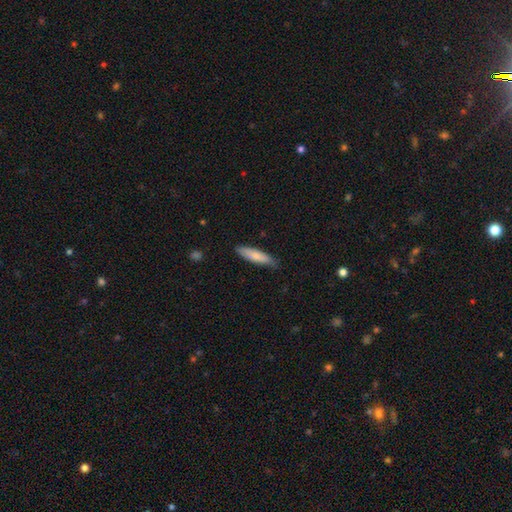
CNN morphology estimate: This appears to be a smooth galaxy with no disk features (78%) that is cigar-shaped (74%). Merging: none (81%).